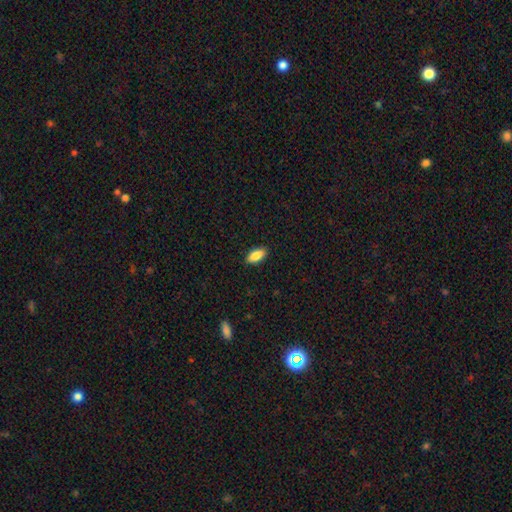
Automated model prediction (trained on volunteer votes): Smooth or featured?
  - smooth: 86% *
  - featured or disk: 7%
  - star or artifact: 7%
How rounded?
  - in between: 87% *
  - cigar-shaped: 11%
  - round: 2%
Merging?
  - none: 89% *
  - minor disturbance: 8%
  - major disturbance: 2%
  - merger: 1%